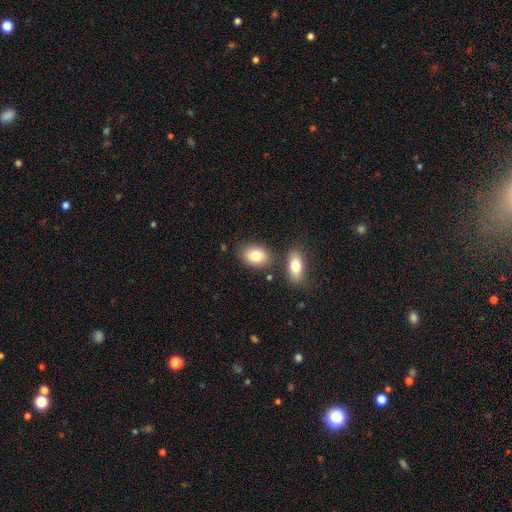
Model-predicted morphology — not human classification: Smooth or featured: smooth — 80% (featured or disk — 12%)
How rounded: in between — 79% (round — 19%)
Merging: none — 73% (merger — 13%)